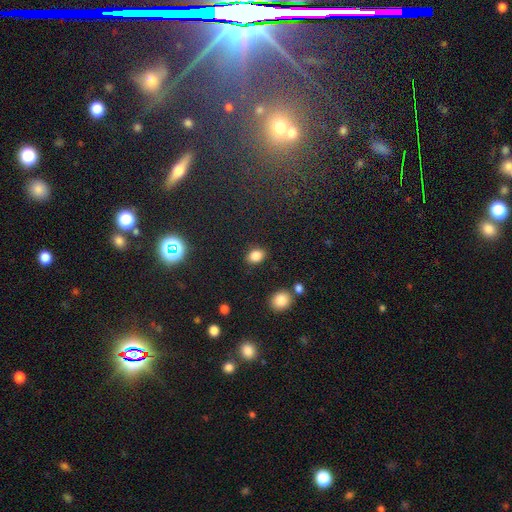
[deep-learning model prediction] The model was most divided on "how rounded": in between: 72%, round: 27%, cigar-shaped: 1%. More confident: merging — none (84%); smooth or featured — smooth (84%).